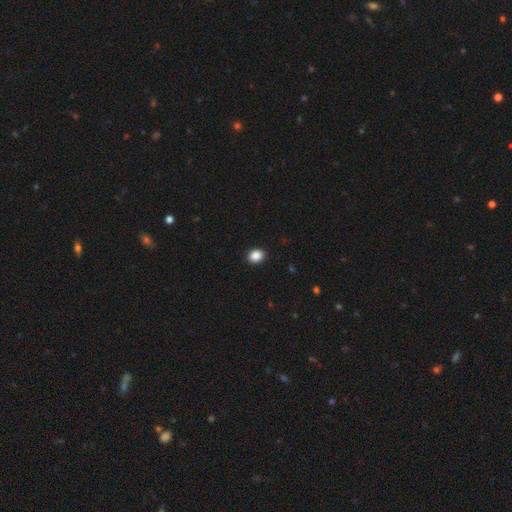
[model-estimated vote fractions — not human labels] A smooth galaxy with no disk features (88%) that is round (53%).

Vote fractions:
- Smooth or featured? smooth: 88% / star or artifact: 9% / featured or disk: 3%
- How rounded? round: 53% / in between: 46% / cigar-shaped: 1%
- Merging? none: 92% / minor disturbance: 6% / major disturbance: 2% / merger: 1%